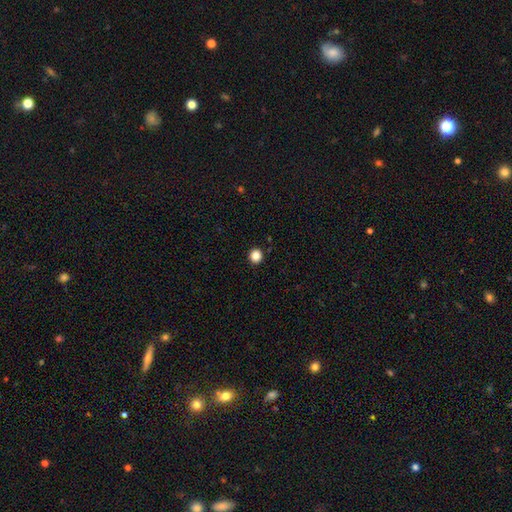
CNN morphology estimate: smooth 85%, star or artifact 11%, featured or disk 4%. Down the decision tree: how rounded — round (91%); merging — none (93%).